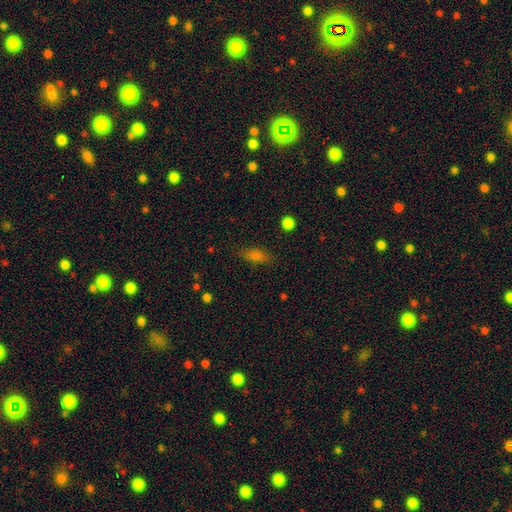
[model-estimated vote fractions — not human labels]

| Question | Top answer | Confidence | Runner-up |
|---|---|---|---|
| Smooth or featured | smooth | 71% | star or artifact (15%) |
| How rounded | in between | 65% | cigar-shaped (29%) |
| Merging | none | 82% | minor disturbance (13%) |